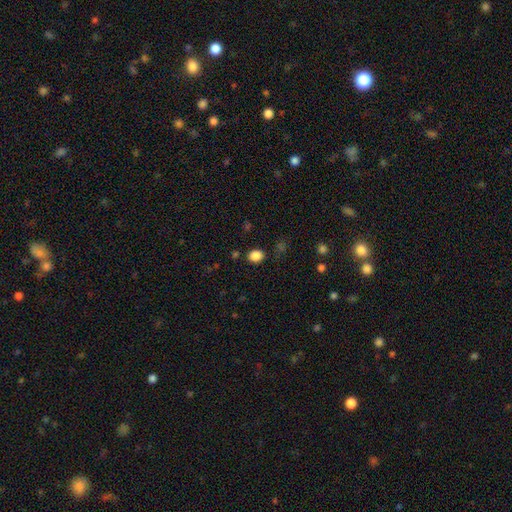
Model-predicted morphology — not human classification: Overall: smooth (85%). How rounded: round (55%; in between 44%). Merging: none (85%).